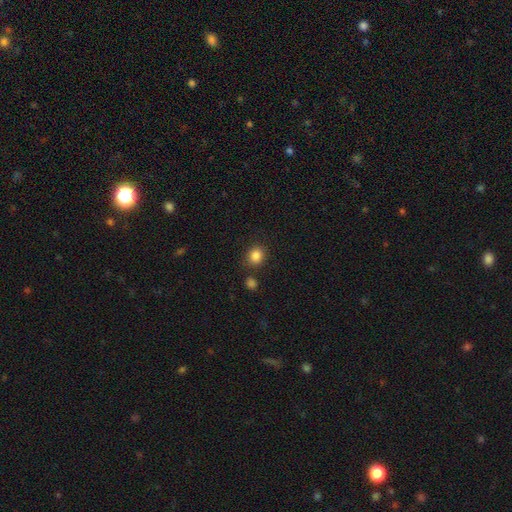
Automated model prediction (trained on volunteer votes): Smooth or featured: smooth — 85% (star or artifact — 11%)
How rounded: round — 73% (in between — 26%)
Merging: none — 80% (minor disturbance — 10%)